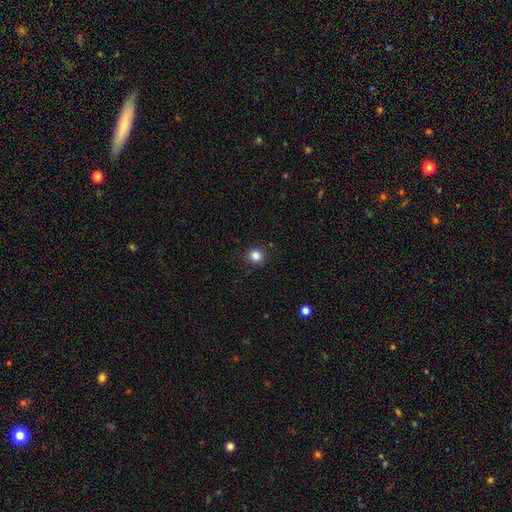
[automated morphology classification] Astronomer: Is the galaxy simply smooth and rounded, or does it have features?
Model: smooth — 83%.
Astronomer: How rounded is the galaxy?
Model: round — 93%.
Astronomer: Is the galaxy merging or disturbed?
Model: none — 91%.